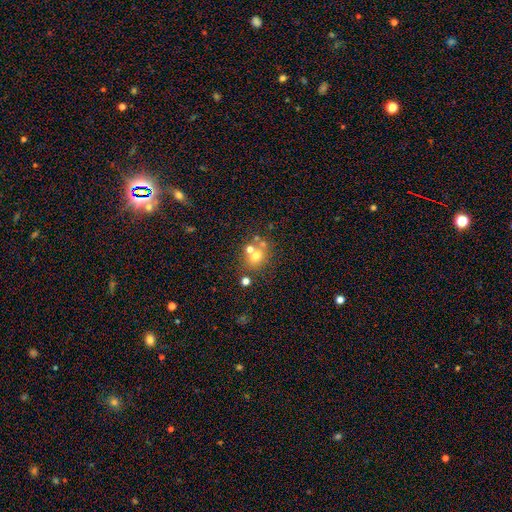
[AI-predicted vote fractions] A smooth galaxy with no disk features (62%) that is round (75%).

Vote fractions:
- Smooth or featured? smooth: 62% / featured or disk: 20% / star or artifact: 18%
- How rounded? round: 75% / in between: 24% / cigar-shaped: 1%
- Merging? none: 54% / merger: 31% / minor disturbance: 10% / major disturbance: 6%